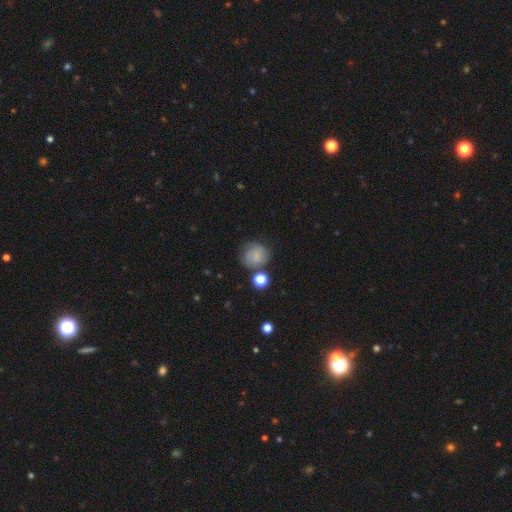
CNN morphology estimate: smooth-or-featured: smooth: 73% | featured or disk: 16% | star or artifact: 12%
  how-rounded: round: 82% | in between: 17% | cigar-shaped: 1%
  merging: none: 65% | minor disturbance: 18% | merger: 10% | major disturbance: 7%